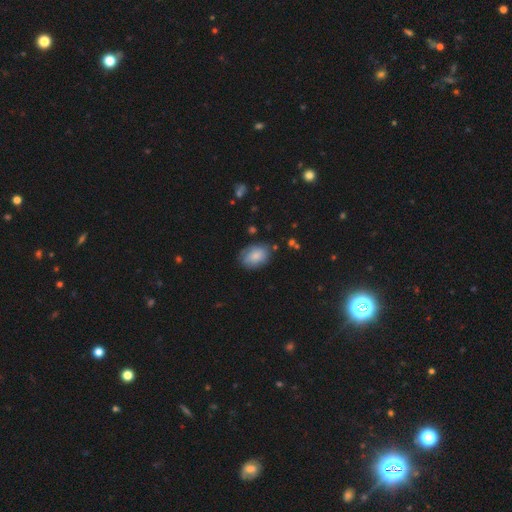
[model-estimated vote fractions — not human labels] This is likely a smooth galaxy (77%). How rounded: clearly in between (81%). Merging: likely none (70%).